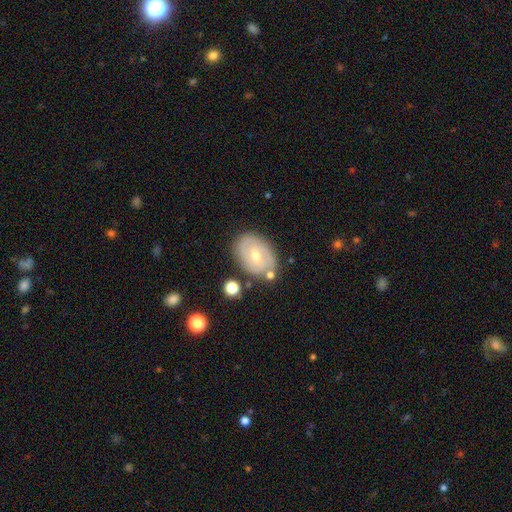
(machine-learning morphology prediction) Overall: featured or disk (70%). Edge-on disk: no (95%). Bar: weak (45%, tied with no). Spiral arms: yes (85%). Spiral arm count: 2 (57%; can't tell 25%). Spiral winding: tight (58%; medium 33%). Bulge size: small (51%; moderate 46%). Merging: none (75%).